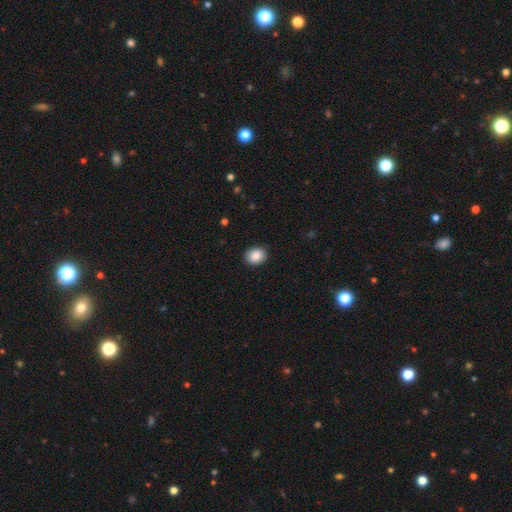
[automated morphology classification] This appears to be a smooth galaxy with no disk features (87%) that is round (59%). Merging: none (90%).